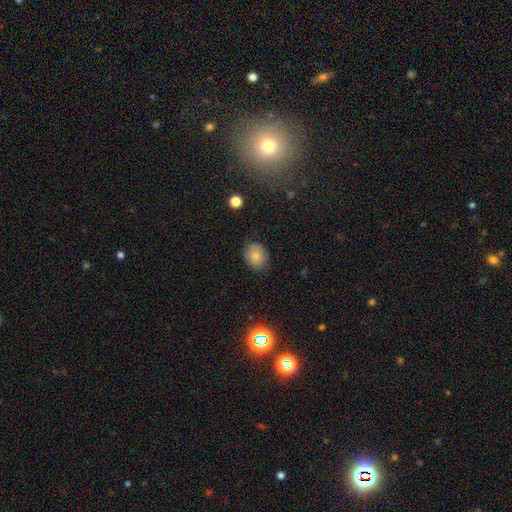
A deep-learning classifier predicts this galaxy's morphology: A smooth galaxy with no disk features (80%) that is round (66%).

Vote fractions:
- Smooth or featured? smooth: 80% / featured or disk: 11% / star or artifact: 10%
- How rounded? round: 66% / in between: 34% / cigar-shaped: 1%
- Merging? none: 78% / minor disturbance: 17% / major disturbance: 3% / merger: 1%